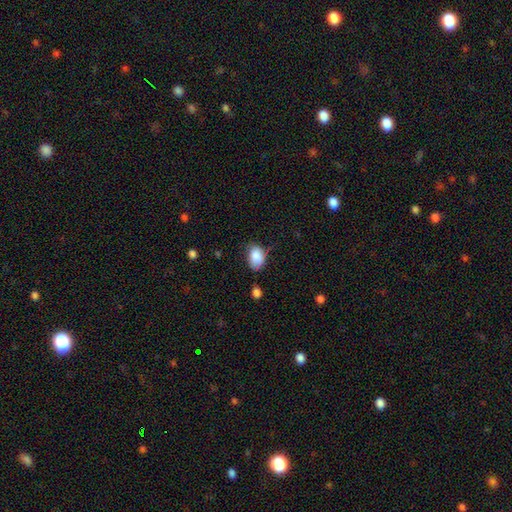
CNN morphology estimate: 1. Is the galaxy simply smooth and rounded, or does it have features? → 86% smooth, 8% star or artifact, 7% featured or disk.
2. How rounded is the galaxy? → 82% in between, 17% round, 1% cigar-shaped.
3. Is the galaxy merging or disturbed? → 56% none, 34% minor disturbance, 7% major disturbance, 3% merger.